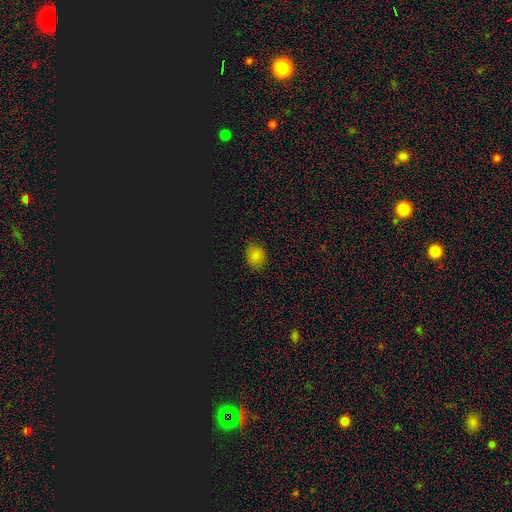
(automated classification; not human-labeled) This is likely a smooth galaxy (77%). How rounded: likely round (66%). Merging: clearly none (82%).